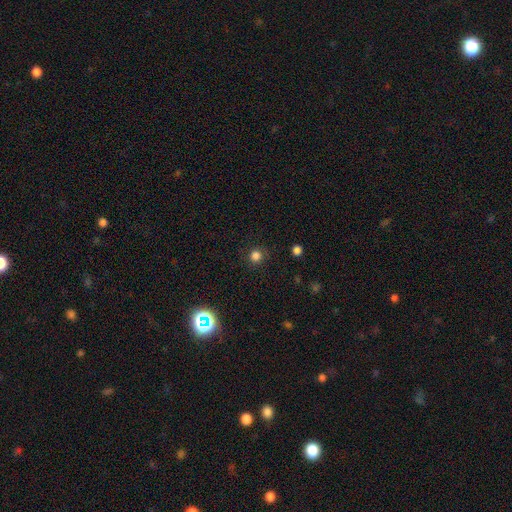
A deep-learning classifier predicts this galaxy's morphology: A smooth galaxy with no disk features (80%) that is round (93%). Merging: none (88%).